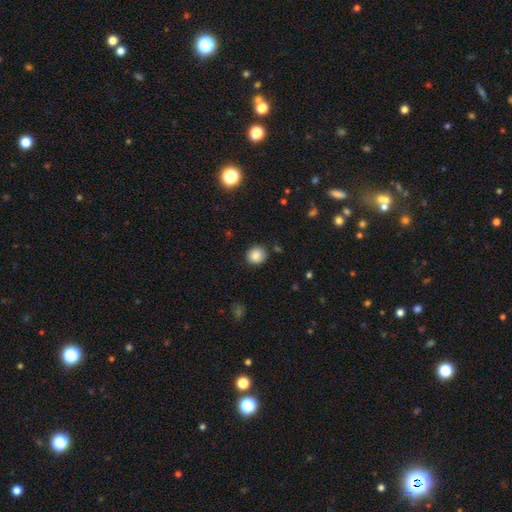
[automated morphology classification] The model was most divided on "how rounded": round: 86%, in between: 13%, cigar-shaped: 1%. More confident: smooth or featured — smooth (86%); merging — none (86%).